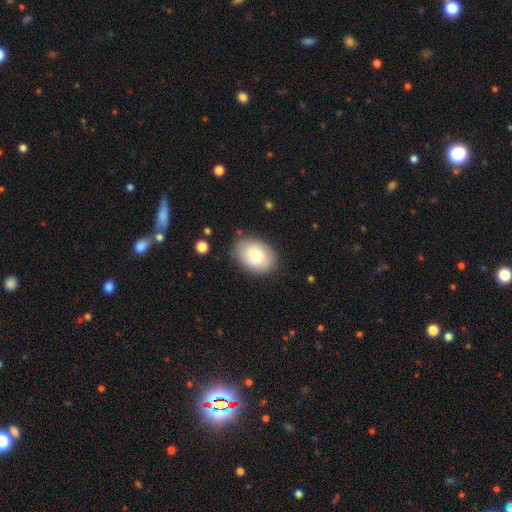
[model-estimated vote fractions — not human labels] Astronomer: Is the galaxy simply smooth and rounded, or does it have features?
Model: smooth — 81%.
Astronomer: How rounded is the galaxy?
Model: in between — 78%.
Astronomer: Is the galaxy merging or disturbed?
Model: none — 80%.